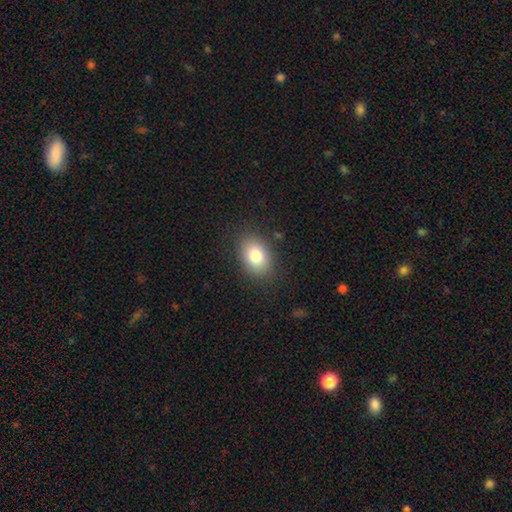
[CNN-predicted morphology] type=smooth (82%); roundness=in between (78%); merging=none (85%).